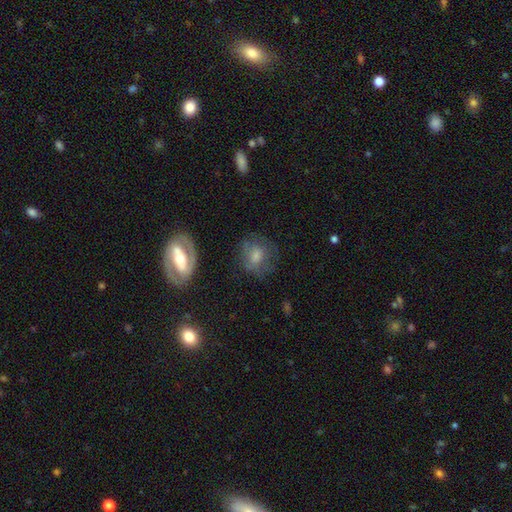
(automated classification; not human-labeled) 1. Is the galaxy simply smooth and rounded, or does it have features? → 47% smooth, 39% featured or disk, 14% star or artifact.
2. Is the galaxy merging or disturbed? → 73% none, 16% minor disturbance, 8% major disturbance, 3% merger.